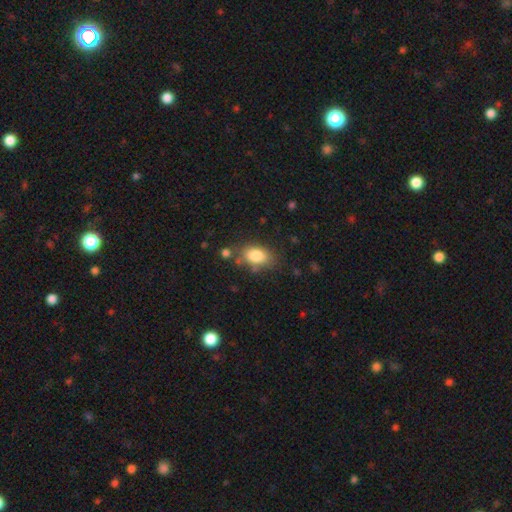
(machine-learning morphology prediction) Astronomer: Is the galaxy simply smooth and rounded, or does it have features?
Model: smooth — 83%.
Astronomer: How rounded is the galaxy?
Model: in between — 86%.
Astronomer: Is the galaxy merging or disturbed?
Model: none — 71%.